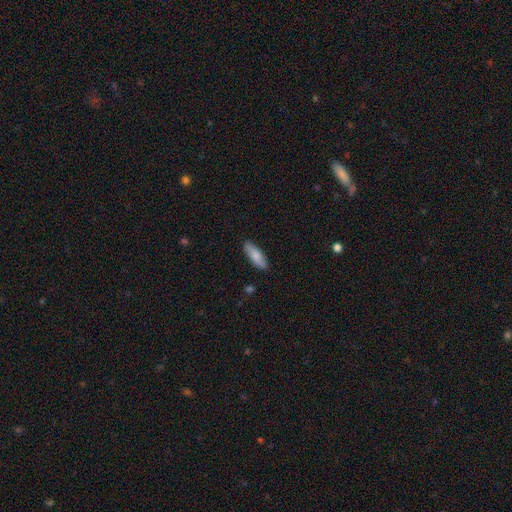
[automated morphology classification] This appears to be a smooth galaxy with no disk features (79%) that is in between round and cigar-shaped (57%). Merging: none (88%).